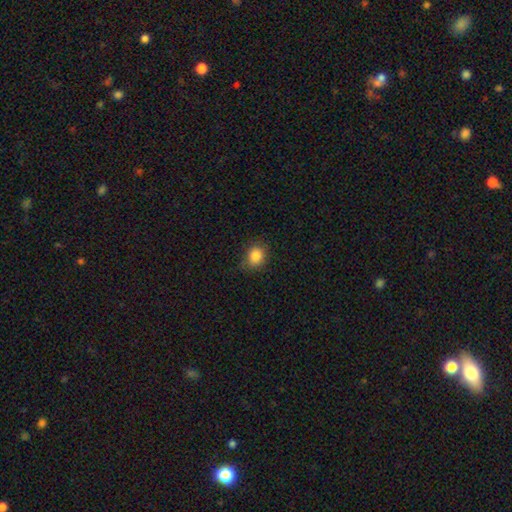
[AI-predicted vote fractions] The model was most divided on "how rounded": round: 65%, in between: 34%, cigar-shaped: 1%. More confident: smooth or featured — smooth (85%); merging — none (78%).